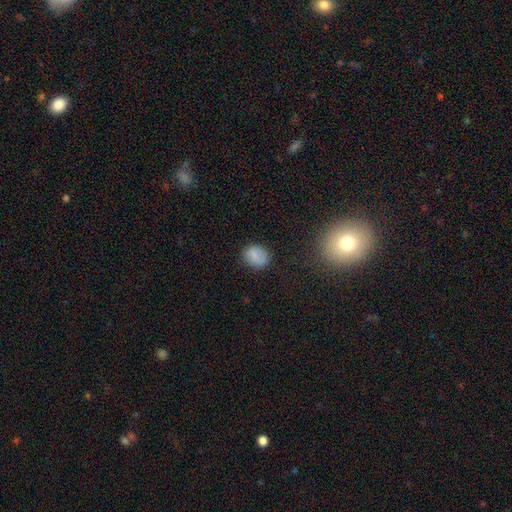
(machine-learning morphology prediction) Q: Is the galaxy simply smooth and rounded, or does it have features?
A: smooth — 78%.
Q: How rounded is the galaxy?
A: round — 58%.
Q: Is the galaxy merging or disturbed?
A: none — 81%.